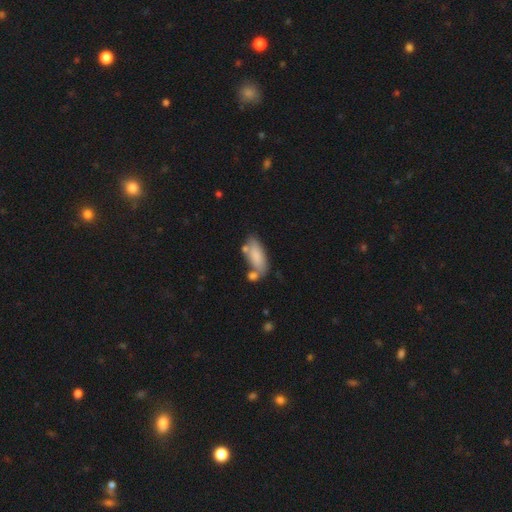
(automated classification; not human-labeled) A smooth galaxy with no disk features (79%) that is in between round and cigar-shaped (81%). Merging: none (53%).